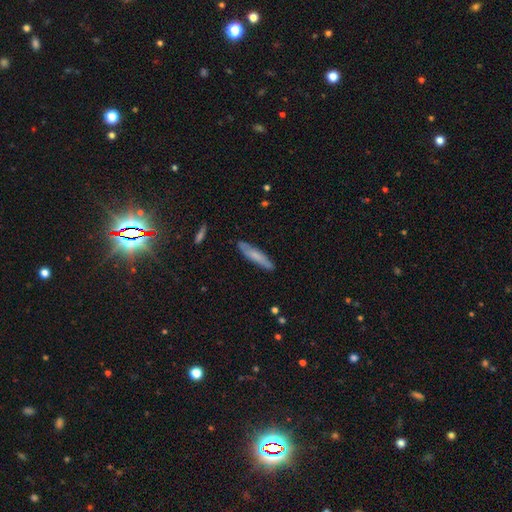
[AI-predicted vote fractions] Morphology: type=smooth (66%); roundness=cigar-shaped (89%); merging=none (85%).